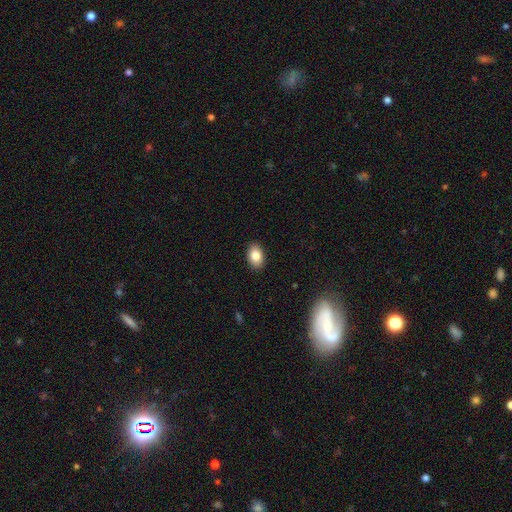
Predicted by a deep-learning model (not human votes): Q: Smooth or featured?
A: smooth (84%); runner-up: featured or disk (8%)
Q: How rounded?
A: in between (86%); runner-up: round (13%)
Q: Merging?
A: none (90%); runner-up: minor disturbance (7%)